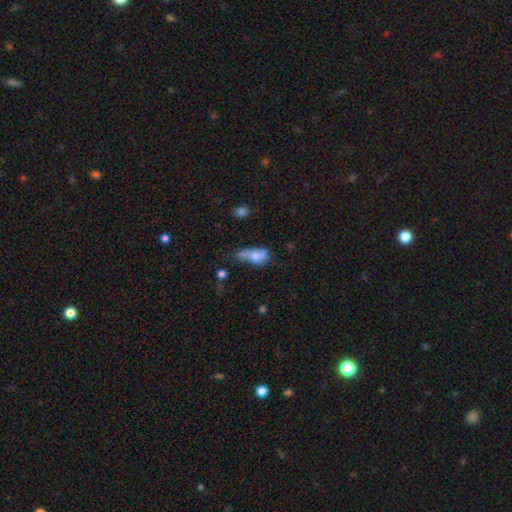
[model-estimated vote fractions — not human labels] smooth_or_featured: smooth (p=0.65) [alt: featured or disk p=0.25]
how_rounded: in between (p=0.78) [alt: cigar-shaped p=0.13]
merging: minor disturbance (p=0.32) [alt: none p=0.28]